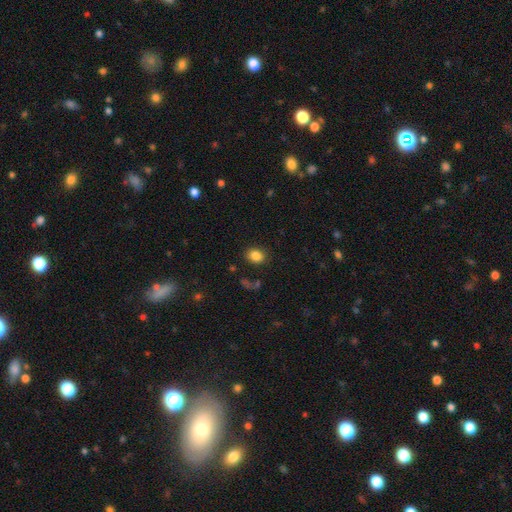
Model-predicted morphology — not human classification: A smooth galaxy with no disk features (85%) that is in between round and cigar-shaped (54%). Merging: none (84%).